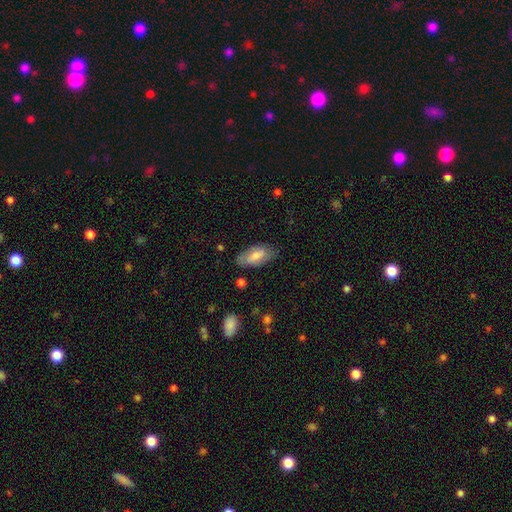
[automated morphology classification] Smooth or featured? Predicted: smooth (p=0.66). How rounded? Predicted: in between (p=0.90). Merging? Predicted: none (p=0.74).